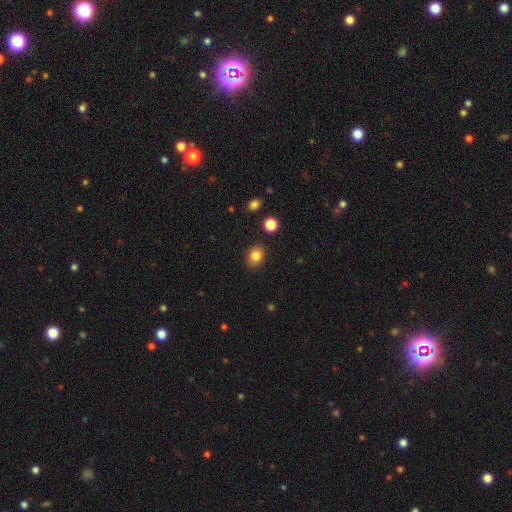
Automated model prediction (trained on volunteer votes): This appears to be a smooth galaxy with no disk features (83%) that is round (51%). Merging: none (87%).